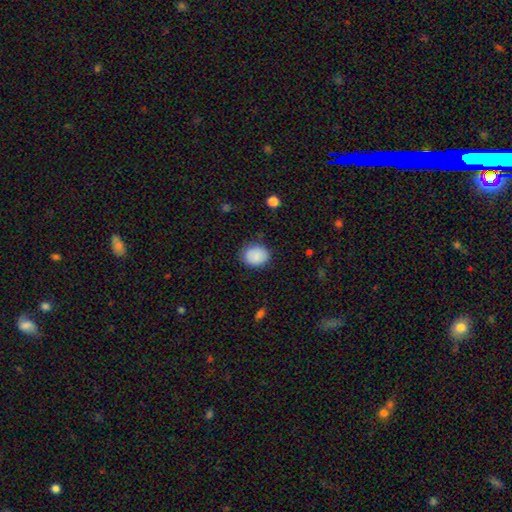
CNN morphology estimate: Smooth or featured?
  - smooth: 87% *
  - star or artifact: 7%
  - featured or disk: 6%
How rounded?
  - round: 56% *
  - in between: 43%
  - cigar-shaped: 1%
Merging?
  - none: 81% *
  - minor disturbance: 14%
  - major disturbance: 4%
  - merger: 1%